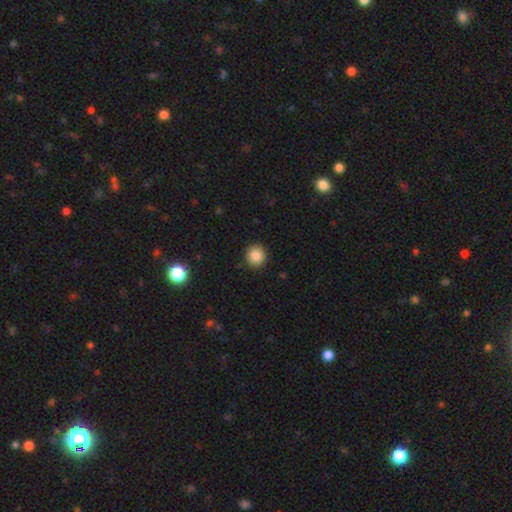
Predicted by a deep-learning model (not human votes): smooth 86%, star or artifact 10%, featured or disk 4%. Down the decision tree: how rounded — round (85%); merging — none (90%).